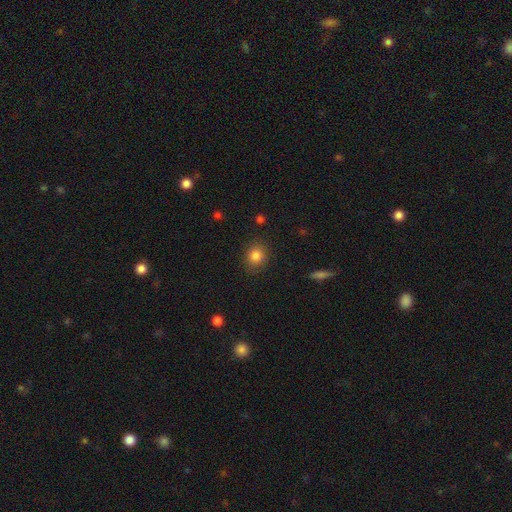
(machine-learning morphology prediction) Smooth or featured? Predicted: smooth (p=0.83). How rounded? Predicted: round (p=0.68). Merging? Predicted: none (p=0.85).